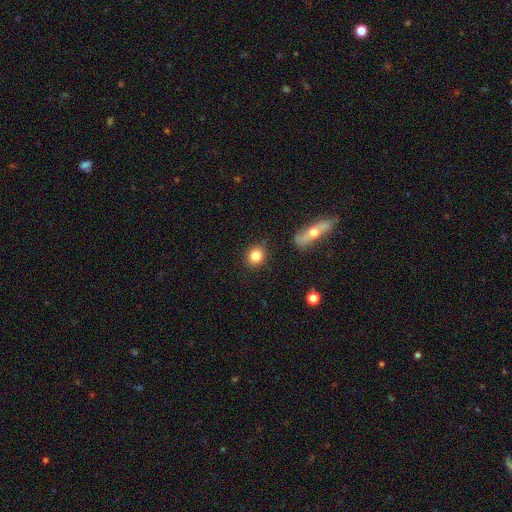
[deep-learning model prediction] smooth-or-featured: smooth: 83% | star or artifact: 10% | featured or disk: 7%
  how-rounded: round: 77% | in between: 22% | cigar-shaped: 2%
  merging: none: 89% | minor disturbance: 7% | major disturbance: 2% | merger: 2%